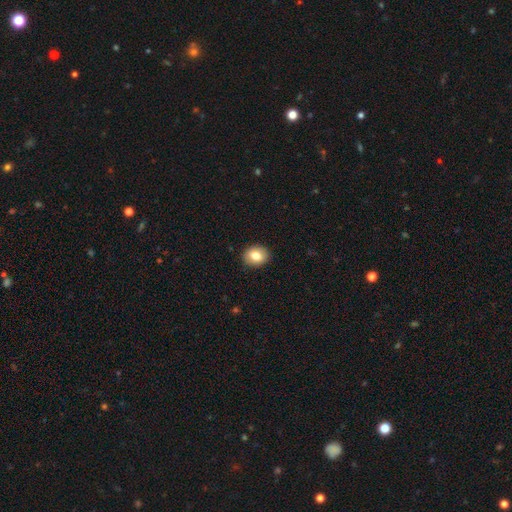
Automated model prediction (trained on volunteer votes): The model was most divided on "how rounded": in between: 52%, round: 47%, cigar-shaped: 1%. More confident: merging — none (90%); smooth or featured — smooth (81%).